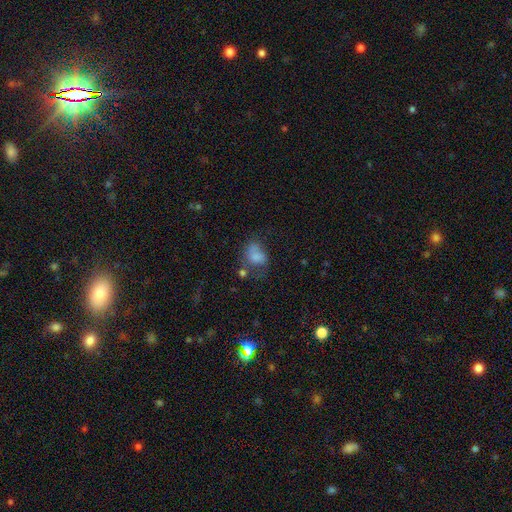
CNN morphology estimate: This appears to be a smooth galaxy with no disk features (68%) that is in between round and cigar-shaped (64%). Merging: none (32%).